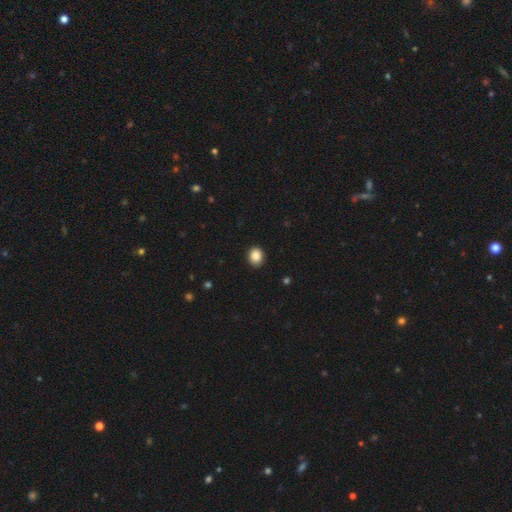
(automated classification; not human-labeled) A smooth galaxy with no disk features (88%) that is round (59%). Merging: none (90%).